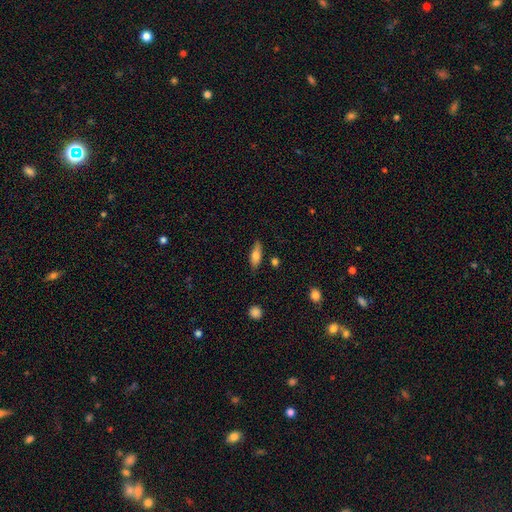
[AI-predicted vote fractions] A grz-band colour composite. It shows a smooth galaxy with no disk features (70%) that is in between round and cigar-shaped (63%). Merging: none (79%).